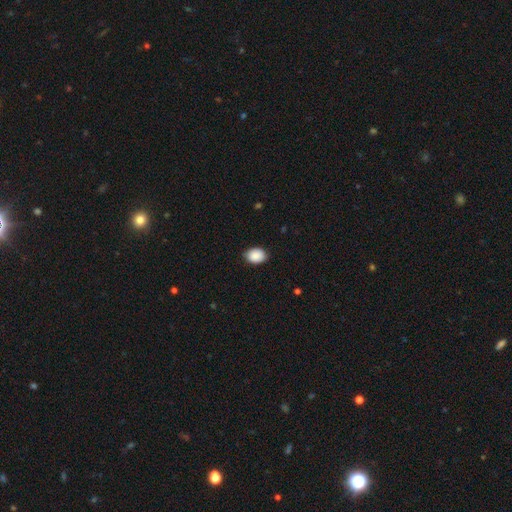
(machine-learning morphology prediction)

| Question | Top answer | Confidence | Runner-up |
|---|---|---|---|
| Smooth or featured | smooth | 90% | star or artifact (7%) |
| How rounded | in between | 72% | round (27%) |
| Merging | none | 86% | minor disturbance (11%) |